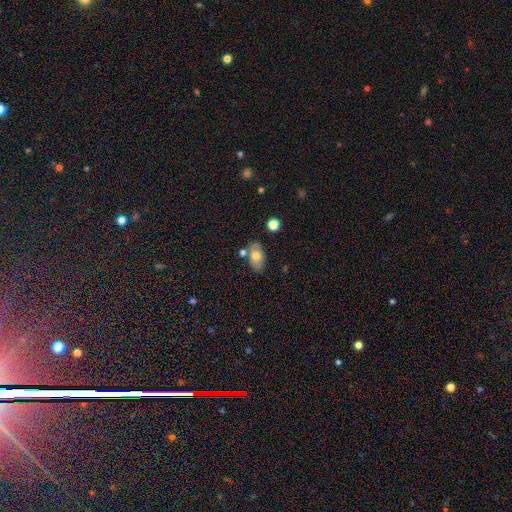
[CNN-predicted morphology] Smooth or featured? smooth (68%)
How rounded? in between (91%)
Merging? none (70%)